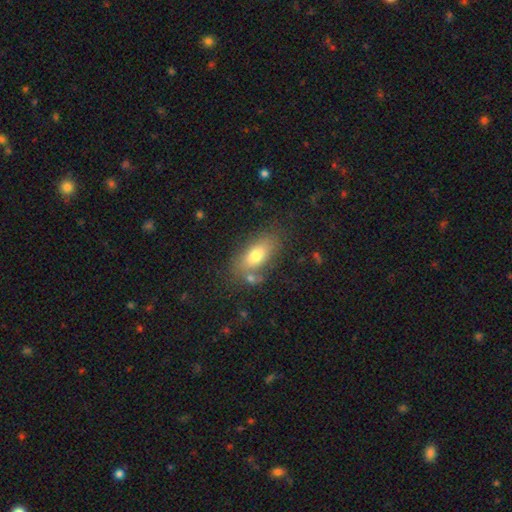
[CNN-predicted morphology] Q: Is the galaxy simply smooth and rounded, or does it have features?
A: smooth — 74%.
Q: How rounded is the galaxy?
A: in between — 86%.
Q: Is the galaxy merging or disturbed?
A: none — 67%.